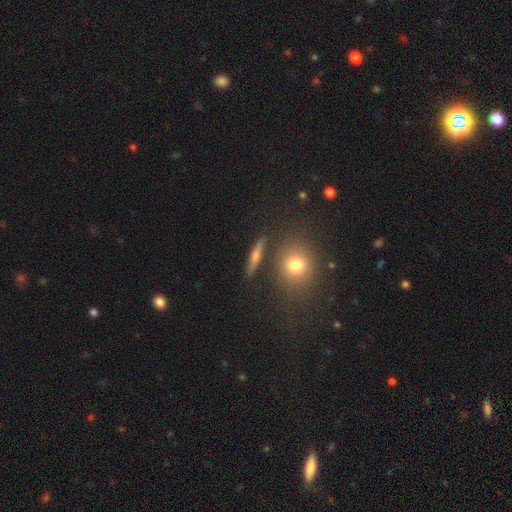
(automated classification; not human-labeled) Q: Smooth or featured?
A: featured or disk (42%); runner-up: smooth (40%)
Q: Merging?
A: none (80%); runner-up: minor disturbance (10%)